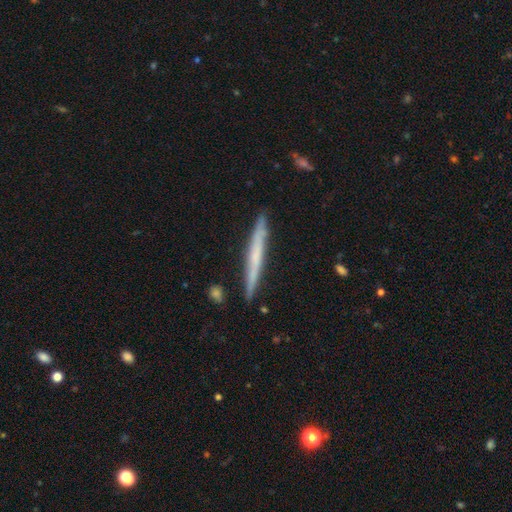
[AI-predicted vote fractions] Q: Smooth or featured?
A: featured or disk (50%); runner-up: smooth (44%)
Q: Edge-on disk?
A: yes (96%); runner-up: no (4%)
Q: Merging?
A: none (88%); runner-up: minor disturbance (9%)